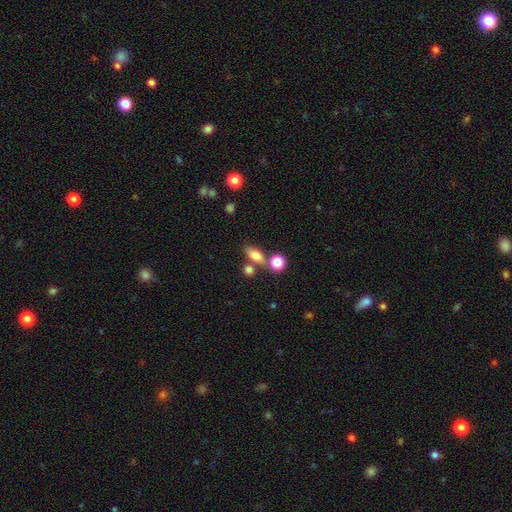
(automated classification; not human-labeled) Overall: smooth (78%). How rounded: in between (71%). Merging: none (63%).